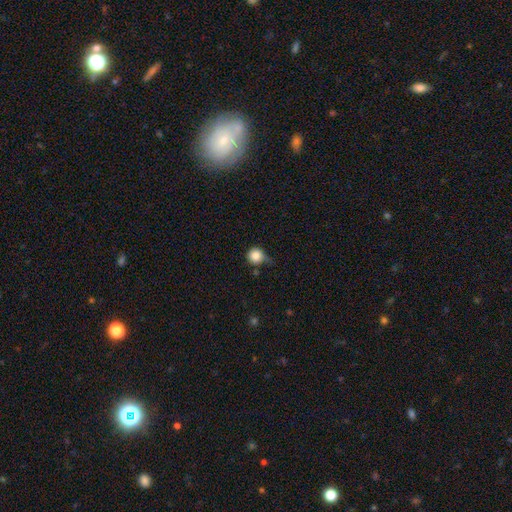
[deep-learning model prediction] Smooth or featured?
  - smooth: 84% *
  - star or artifact: 10%
  - featured or disk: 6%
How rounded?
  - round: 94% *
  - in between: 5%
  - cigar-shaped: 1%
Merging?
  - none: 61% *
  - minor disturbance: 26%
  - major disturbance: 7%
  - merger: 5%